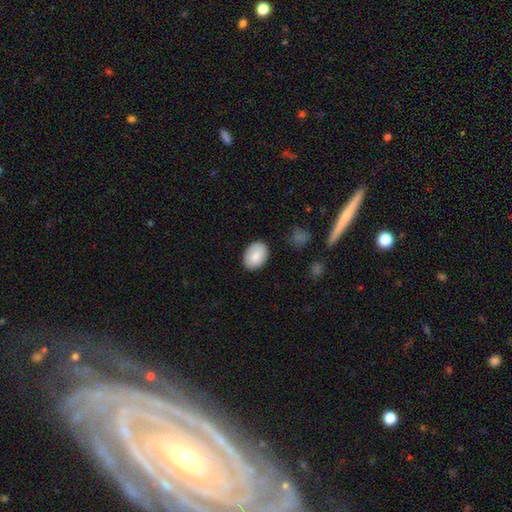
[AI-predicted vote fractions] Smooth or featured?
  - smooth: 84% *
  - featured or disk: 9%
  - star or artifact: 6%
How rounded?
  - in between: 80% *
  - round: 19%
  - cigar-shaped: 1%
Merging?
  - none: 84% *
  - minor disturbance: 12%
  - major disturbance: 2%
  - merger: 2%